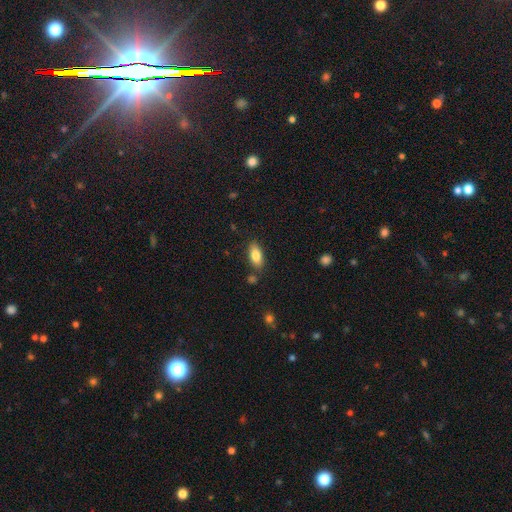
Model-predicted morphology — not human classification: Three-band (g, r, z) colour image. It shows a smooth galaxy with no disk features (81%) that is in between round and cigar-shaped (87%). Merging: none (80%).